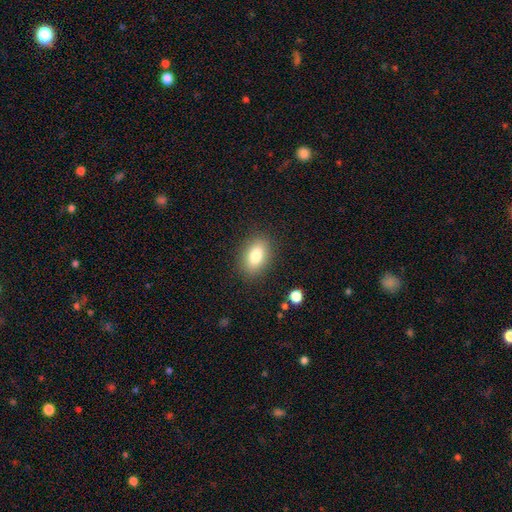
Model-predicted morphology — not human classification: The model was most divided on "smooth or featured": smooth: 81%, featured or disk: 11%, star or artifact: 9%. More confident: how rounded — in between (87%); merging — none (86%).